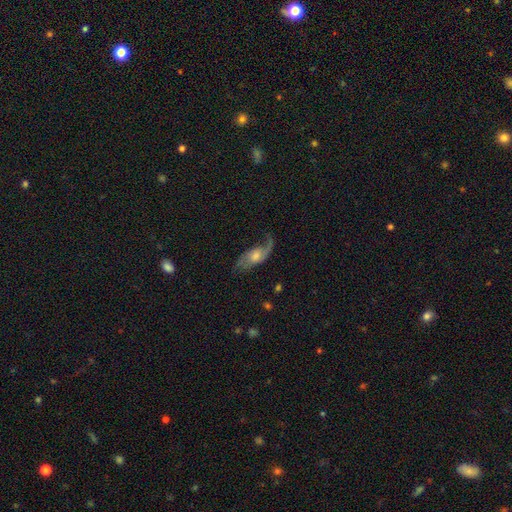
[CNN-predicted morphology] The model was most divided on "merging": none: 51%, major disturbance: 24%, minor disturbance: 22%, merger: 3%. More confident: spiral arms — yes (90%); edge-on disk — no (89%); smooth or featured — featured or disk (71%); spiral arm count — 2 (70%); spiral winding — loose (68%); bar — no (66%); bulge size — moderate (52%).